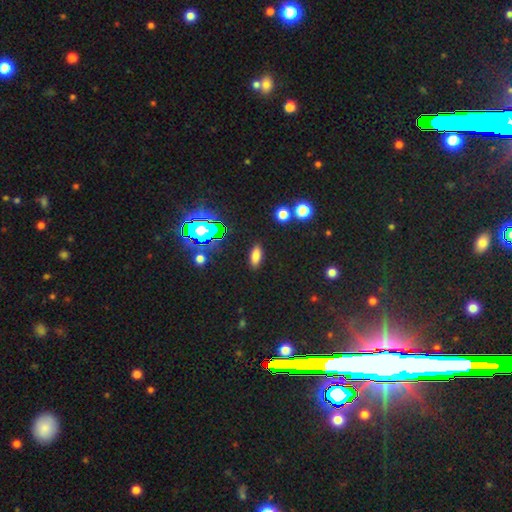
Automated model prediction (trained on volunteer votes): This appears to be a smooth galaxy with no disk features (74%) that is in between round and cigar-shaped (79%). Merging: none (89%).